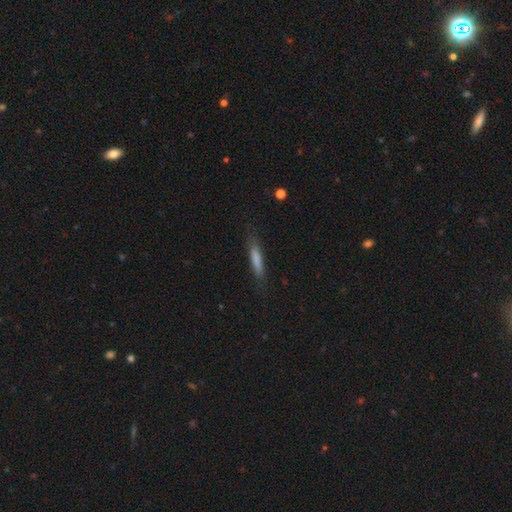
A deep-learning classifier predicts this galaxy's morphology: This is likely a smooth galaxy (68%). How rounded: clearly cigar-shaped (89%). Merging: clearly none (81%).